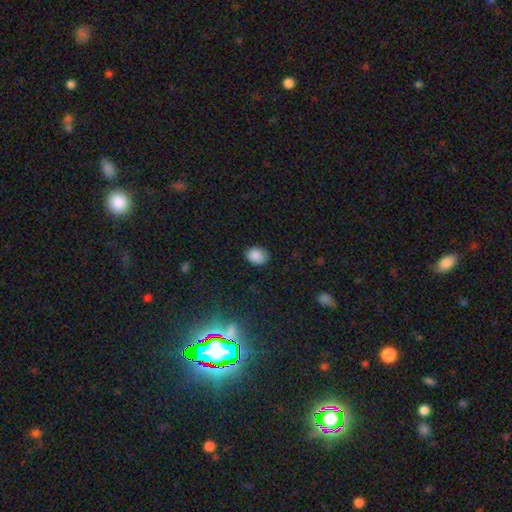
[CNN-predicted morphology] A smooth galaxy with no disk features (86%) that is in between round and cigar-shaped (60%). Merging: none (80%).